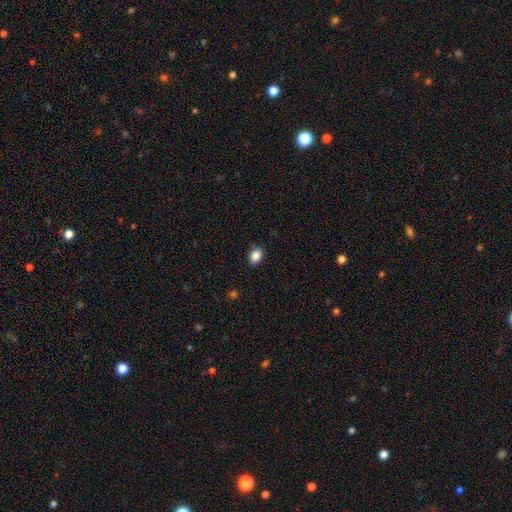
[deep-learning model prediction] A smooth galaxy with no disk features (88%) that is in between round and cigar-shaped (80%). Merging: none (88%).